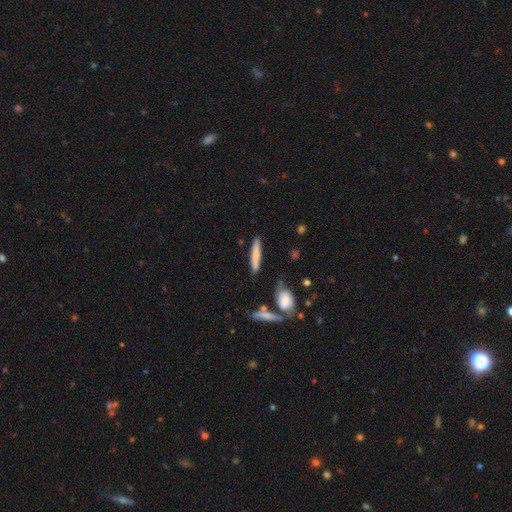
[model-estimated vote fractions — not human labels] Smooth or featured? Predicted: smooth (p=0.73). How rounded? Predicted: cigar-shaped (p=0.89). Merging? Predicted: none (p=0.81).